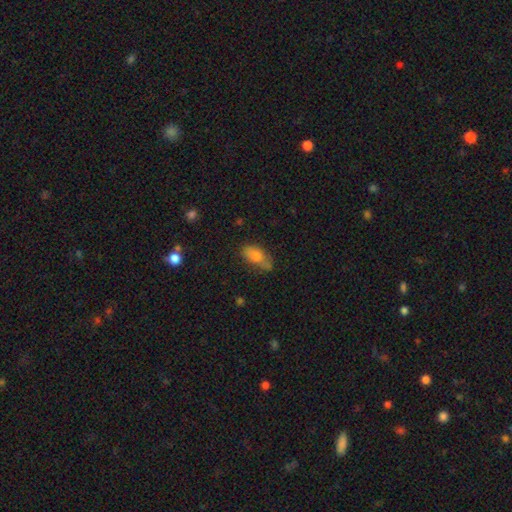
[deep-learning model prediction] Smooth or featured? Predicted: smooth (p=0.71). How rounded? Predicted: in between (p=0.86). Merging? Predicted: none (p=0.58).